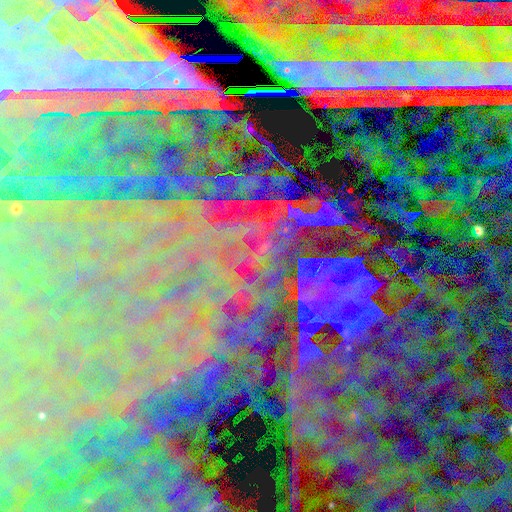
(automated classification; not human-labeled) Smooth or featured?
  - star or artifact: 88% *
  - featured or disk: 7%
  - smooth: 5%